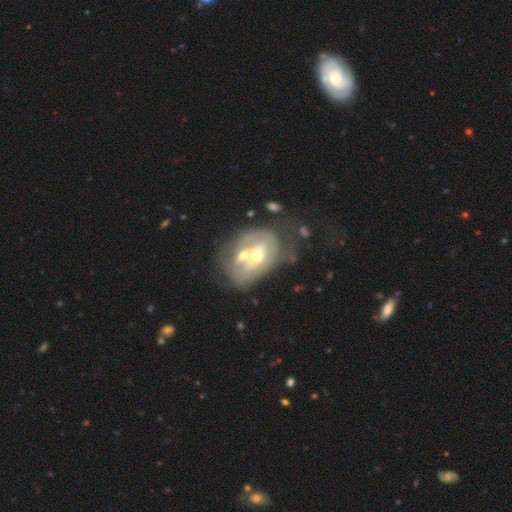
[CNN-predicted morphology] The model was most divided on "merging": merger: 43%, none: 27%, minor disturbance: 16%, major disturbance: 15%. More confident: edge-on disk — no (95%); bar — no (70%); smooth or featured — featured or disk (67%); bulge size — moderate (63%); spiral arms — no (62%).